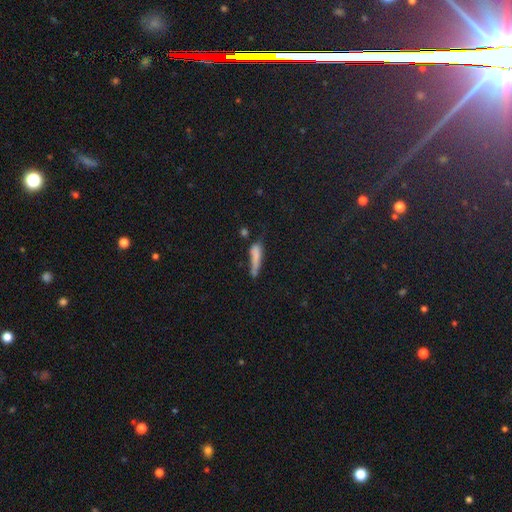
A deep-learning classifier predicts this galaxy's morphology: Smooth or featured? Predicted: smooth (p=0.70). How rounded? Predicted: cigar-shaped (p=0.78). Merging? Predicted: none (p=0.40).